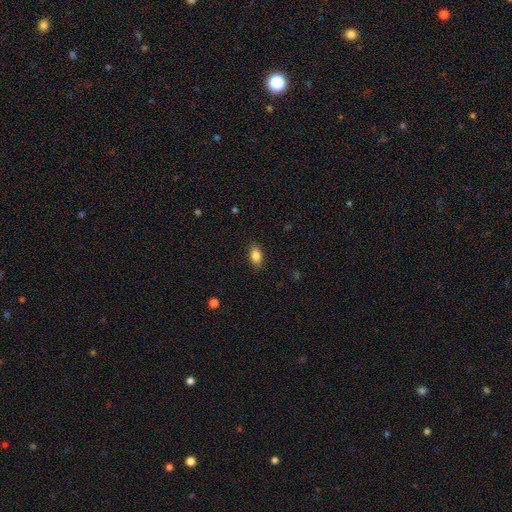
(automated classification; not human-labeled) Smooth or featured: smooth — 85% (star or artifact — 8%)
How rounded: in between — 87% (round — 7%)
Merging: none — 85% (minor disturbance — 12%)